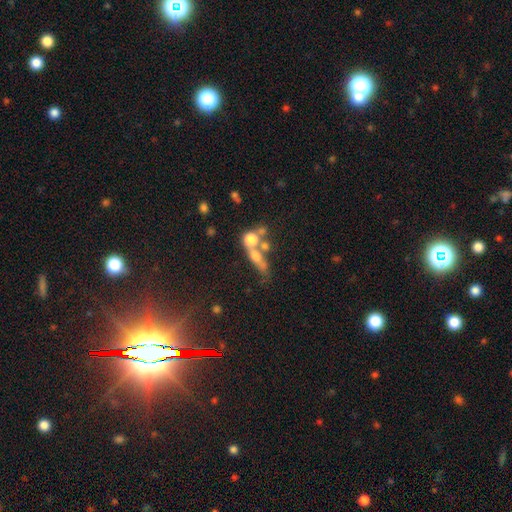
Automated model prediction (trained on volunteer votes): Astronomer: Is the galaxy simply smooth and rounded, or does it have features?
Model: smooth — 54% (runner-up: featured or disk, 30%).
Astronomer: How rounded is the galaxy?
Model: round — 45% (runner-up: in between, 32%).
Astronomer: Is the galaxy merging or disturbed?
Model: merger — 47% (runner-up: none, 30%).